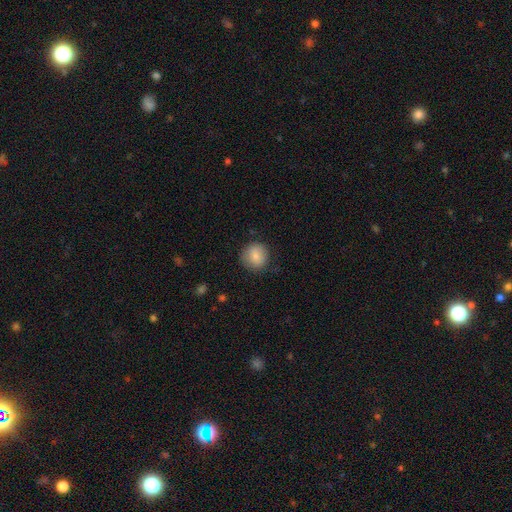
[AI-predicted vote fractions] This is clearly a smooth galaxy (82%). How rounded: clearly round (90%). Merging: clearly none (81%).